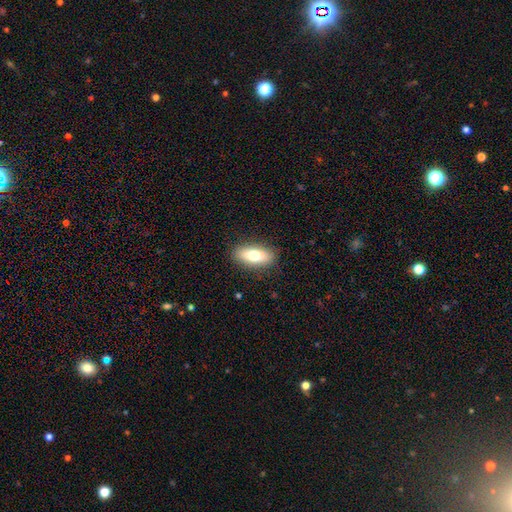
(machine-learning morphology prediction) A smooth galaxy with no disk features (72%) that is in between round and cigar-shaped (79%). Merging: none (89%).